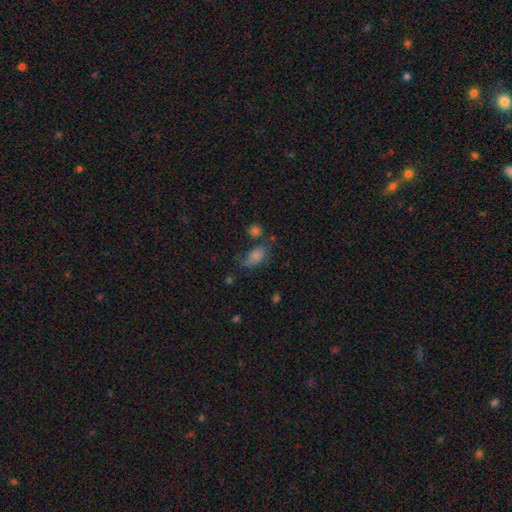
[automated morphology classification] smooth 56%, featured or disk 25%, star or artifact 19%. Down the decision tree: how rounded — in between (82%); merging — none (45%).